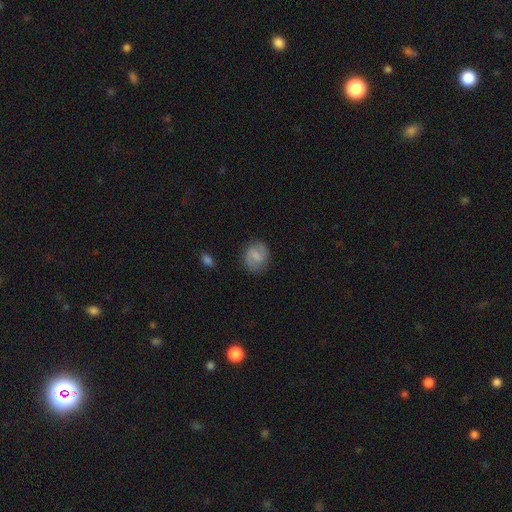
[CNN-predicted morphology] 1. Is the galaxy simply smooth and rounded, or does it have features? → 47% featured or disk, 45% smooth, 8% star or artifact.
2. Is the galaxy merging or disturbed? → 80% none, 14% minor disturbance, 4% major disturbance, 1% merger.